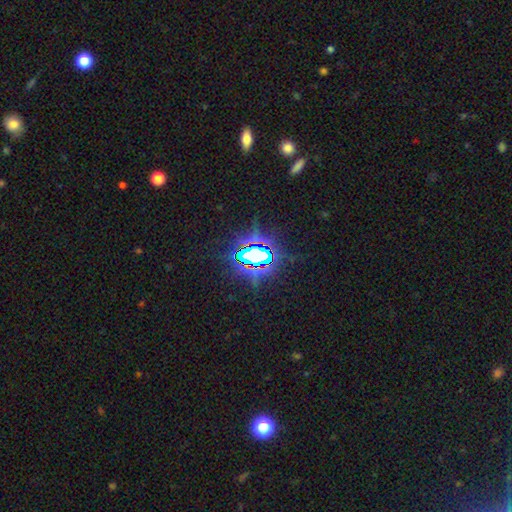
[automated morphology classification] smooth_or_featured: star or artifact (p=0.77) [alt: smooth p=0.12]